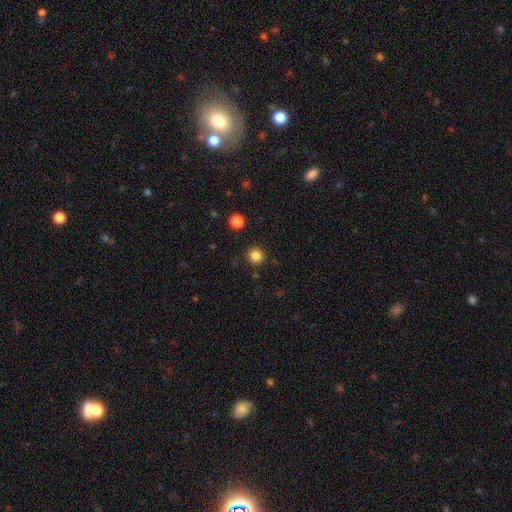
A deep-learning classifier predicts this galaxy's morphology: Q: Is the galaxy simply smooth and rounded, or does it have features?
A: smooth — 84%.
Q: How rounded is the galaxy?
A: round — 94%.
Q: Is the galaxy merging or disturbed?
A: none — 91%.